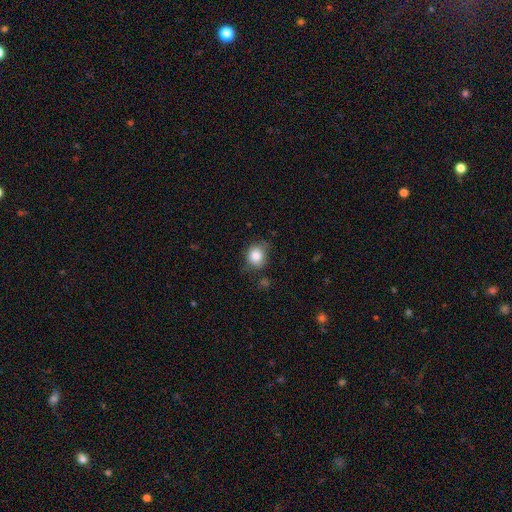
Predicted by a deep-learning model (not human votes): Smooth or featured? Predicted: smooth (p=0.85). How rounded? Predicted: round (p=0.74). Merging? Predicted: none (p=0.66).